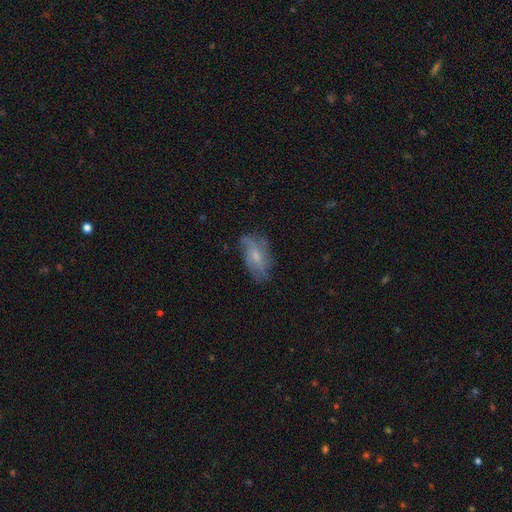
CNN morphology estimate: The model was most divided on "bulge size": small: 53%, moderate: 39%, none: 5%, large: 2%, dominant: 1%. More confident: edge-on disk — no (92%); spiral arms — yes (78%); merging — none (63%); bar — no (59%); smooth or featured — featured or disk (57%).